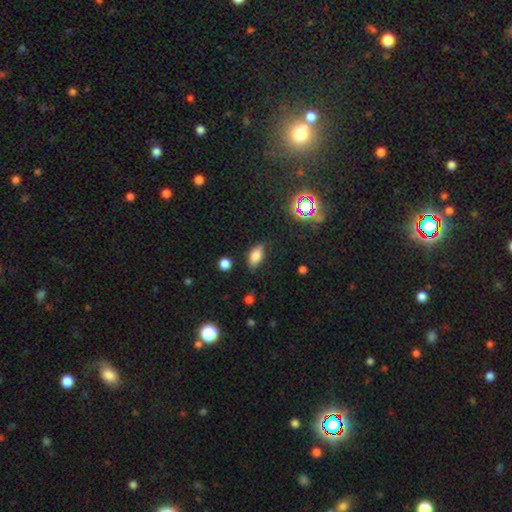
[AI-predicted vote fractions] A smooth galaxy with no disk features (76%) that is in between round and cigar-shaped (85%).

Vote fractions:
- Smooth or featured? smooth: 76% / star or artifact: 13% / featured or disk: 12%
- How rounded? in between: 85% / cigar-shaped: 9% / round: 6%
- Merging? none: 71% / minor disturbance: 22% / major disturbance: 5% / merger: 2%